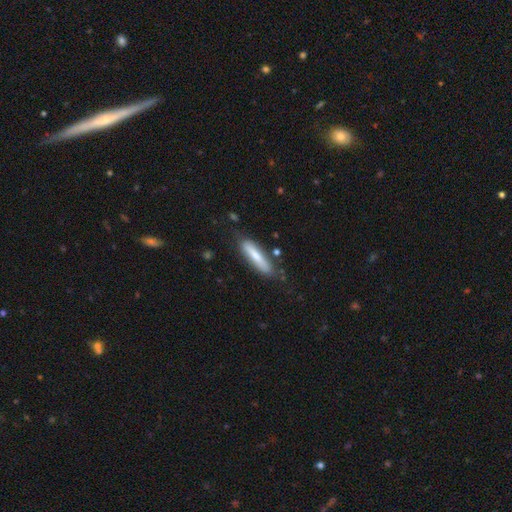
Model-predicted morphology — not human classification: The model was most divided on "smooth or featured": smooth: 67%, featured or disk: 27%, star or artifact: 6%. More confident: how rounded — cigar-shaped (79%); merging — none (74%).